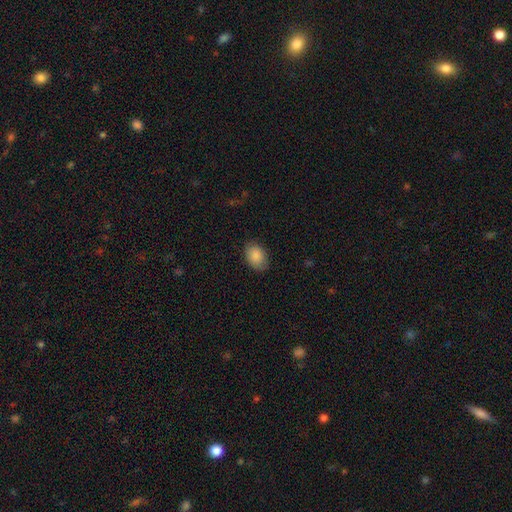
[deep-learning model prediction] Smooth or featured?
  - smooth: 88% *
  - star or artifact: 7%
  - featured or disk: 5%
How rounded?
  - in between: 79% *
  - round: 20%
  - cigar-shaped: 1%
Merging?
  - none: 82% *
  - minor disturbance: 14%
  - major disturbance: 3%
  - merger: 1%